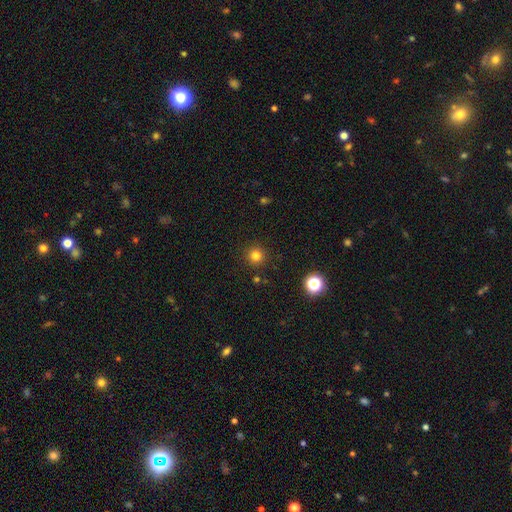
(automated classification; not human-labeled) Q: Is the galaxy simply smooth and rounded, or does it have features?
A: smooth — 80%.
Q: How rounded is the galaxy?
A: round — 95%.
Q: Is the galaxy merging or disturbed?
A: none — 90%.